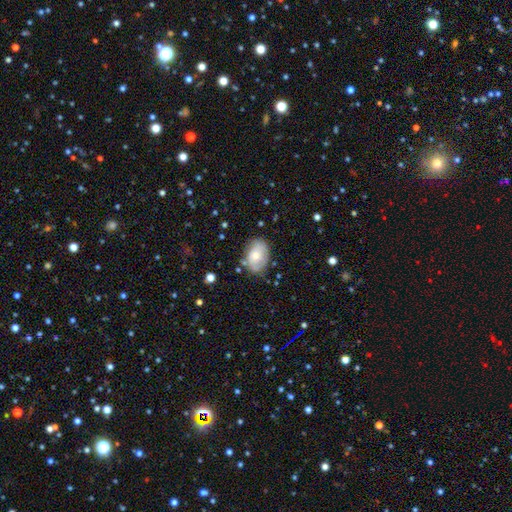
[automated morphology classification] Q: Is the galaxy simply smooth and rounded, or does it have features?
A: smooth — 55%.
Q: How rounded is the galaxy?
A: in between — 81%.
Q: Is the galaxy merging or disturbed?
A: none — 70%.